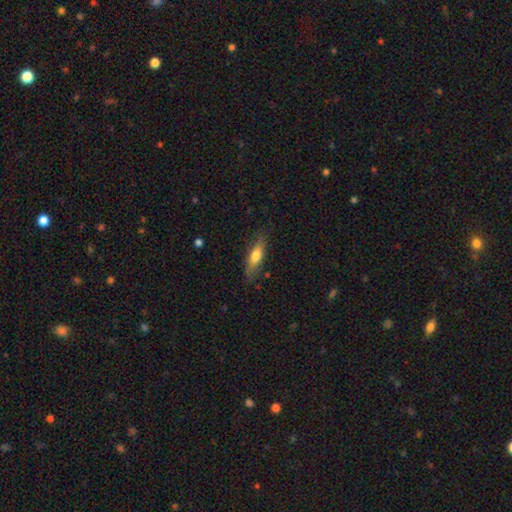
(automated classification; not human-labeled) Smooth or featured: smooth — 62% (featured or disk — 32%)
How rounded: cigar-shaped — 56% (in between — 41%)
Merging: none — 76% (minor disturbance — 18%)